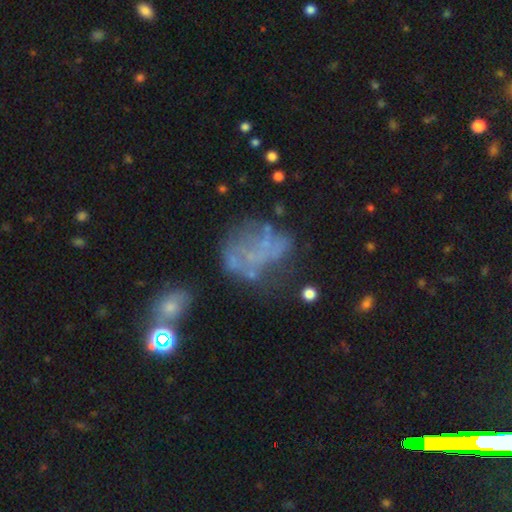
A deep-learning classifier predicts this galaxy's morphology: Smooth or featured? featured or disk (50%)
Edge-on disk? no (97%)
Merging? none (37%)